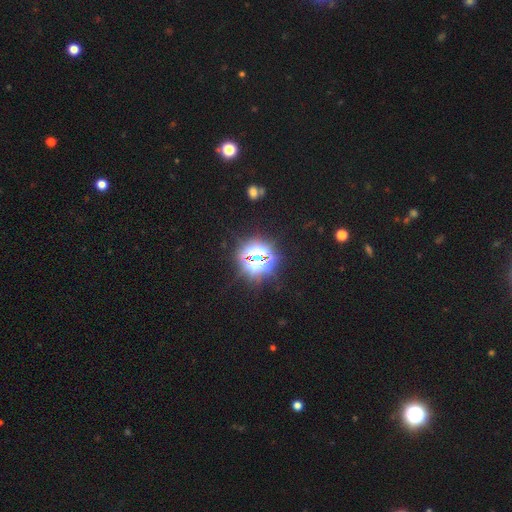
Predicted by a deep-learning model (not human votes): smooth_or_featured: star or artifact (p=0.73) [alt: smooth p=0.16]